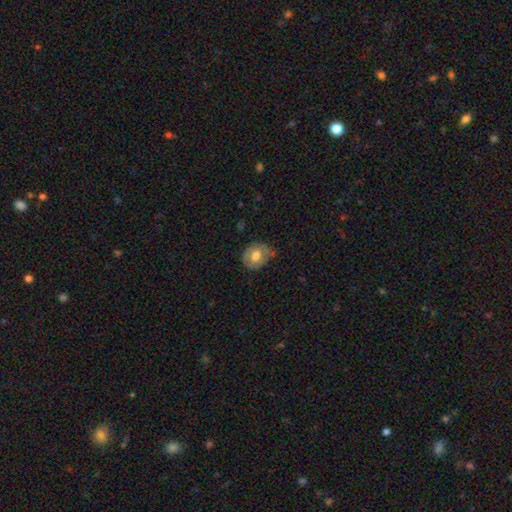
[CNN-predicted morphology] smooth 58%, featured or disk 35%, star or artifact 7%. Down the decision tree: how rounded — round (53%); merging — none (67%).